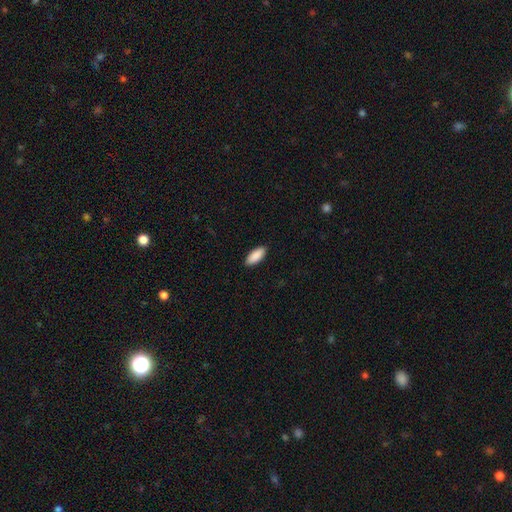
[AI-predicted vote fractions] smooth-or-featured: smooth: 91% | star or artifact: 5% | featured or disk: 4%
  how-rounded: in between: 82% | cigar-shaped: 16% | round: 2%
  merging: none: 90% | minor disturbance: 7% | major disturbance: 2% | merger: 1%